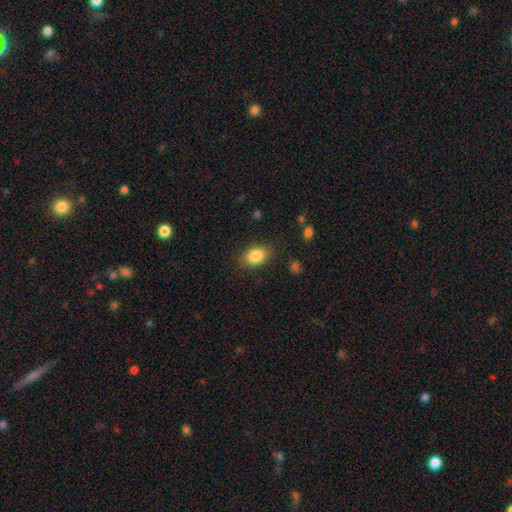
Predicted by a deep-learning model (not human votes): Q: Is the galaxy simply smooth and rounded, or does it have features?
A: smooth — 85%.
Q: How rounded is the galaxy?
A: in between — 74%.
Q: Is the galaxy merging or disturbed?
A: none — 84%.